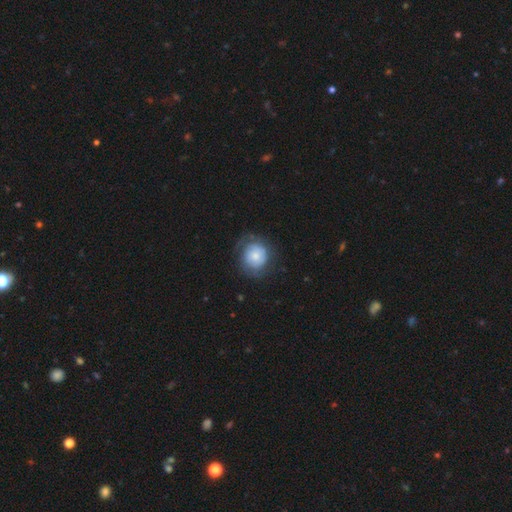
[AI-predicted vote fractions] Smooth or featured: smooth — 57% (featured or disk — 35%)
How rounded: round — 86% (in between — 13%)
Merging: none — 65% (minor disturbance — 21%)